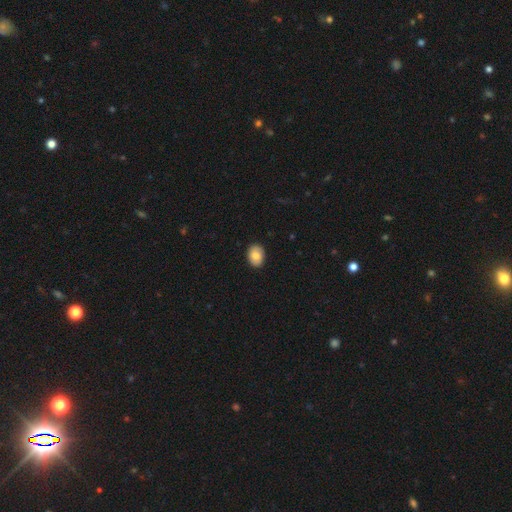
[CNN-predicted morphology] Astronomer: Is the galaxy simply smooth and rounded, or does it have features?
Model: smooth — 83%.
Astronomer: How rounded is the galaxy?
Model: in between — 75%.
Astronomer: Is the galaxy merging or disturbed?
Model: none — 89%.